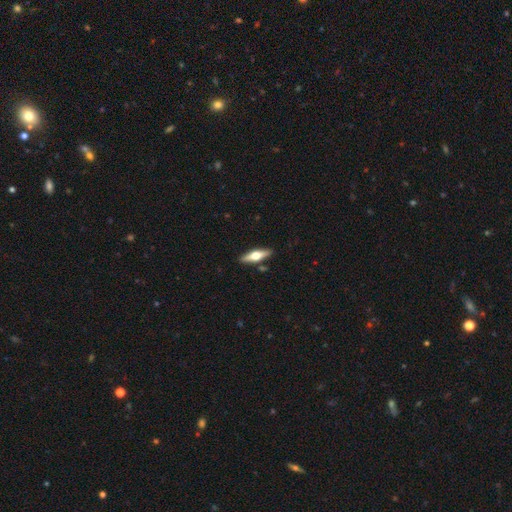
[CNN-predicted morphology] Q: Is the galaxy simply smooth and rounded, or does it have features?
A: featured or disk — 57%.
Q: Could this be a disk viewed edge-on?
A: yes — 93%.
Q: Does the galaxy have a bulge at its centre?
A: rounded — 95%.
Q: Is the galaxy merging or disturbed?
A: none — 87%.